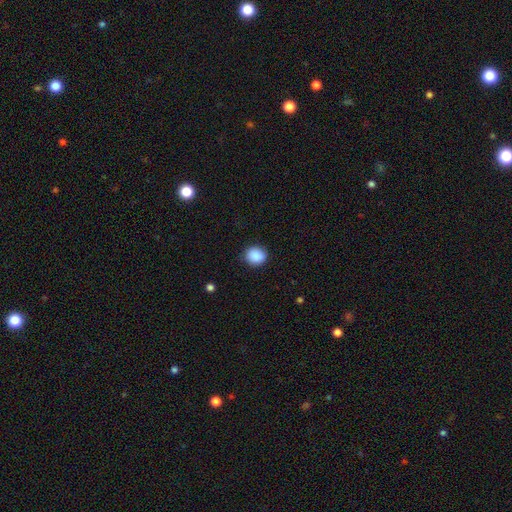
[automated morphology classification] This appears to be a smooth galaxy with no disk features (89%) that is round (75%). Merging: none (87%).